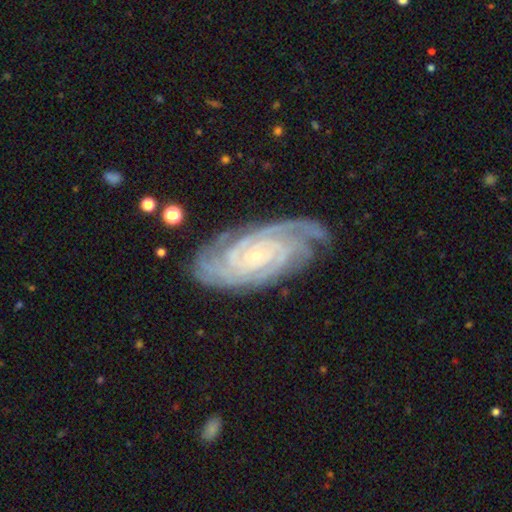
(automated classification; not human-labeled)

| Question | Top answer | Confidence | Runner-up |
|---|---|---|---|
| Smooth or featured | featured or disk | 90% | star or artifact (5%) |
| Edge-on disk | no | 96% | yes (4%) |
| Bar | no | 69% | weak (22%) |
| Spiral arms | yes | 99% | no (1%) |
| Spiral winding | tight | 83% | medium (15%) |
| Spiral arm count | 4 | 26% | 3 (20%) |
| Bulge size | small | 87% | moderate (9%) |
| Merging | none | 78% | minor disturbance (16%) |